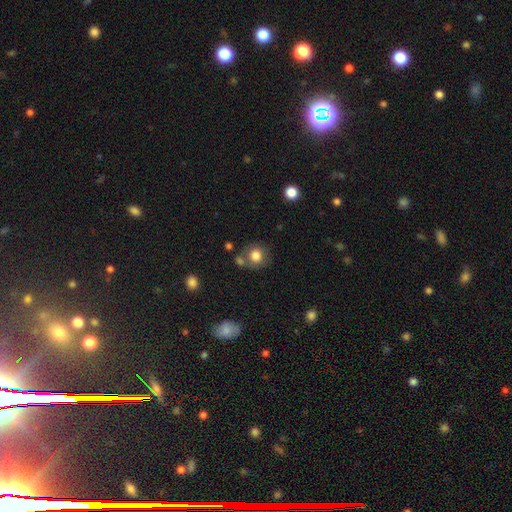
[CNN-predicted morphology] Overall: smooth (80%). How rounded: round (84%). Merging: none (66%).